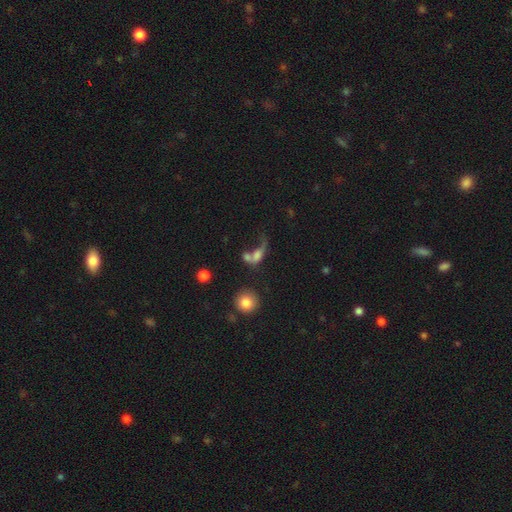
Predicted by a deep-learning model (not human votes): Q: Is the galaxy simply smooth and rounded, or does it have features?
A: smooth — 57%.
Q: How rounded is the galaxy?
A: in between — 62%.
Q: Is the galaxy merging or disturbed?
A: merger — 37%.